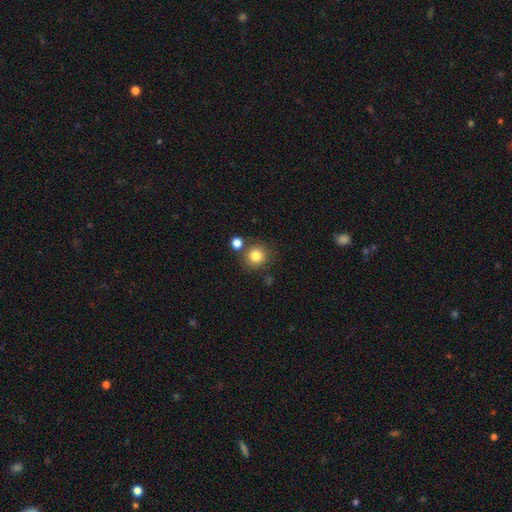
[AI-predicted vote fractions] Smooth or featured: smooth — 82% (star or artifact — 11%)
How rounded: round — 90% (in between — 9%)
Merging: none — 74% (merger — 13%)